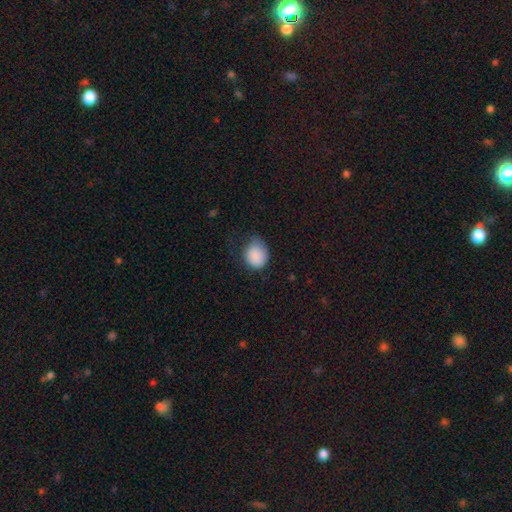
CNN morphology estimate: smooth 88%, star or artifact 7%, featured or disk 5%. Down the decision tree: how rounded — round (60%); merging — none (52%).